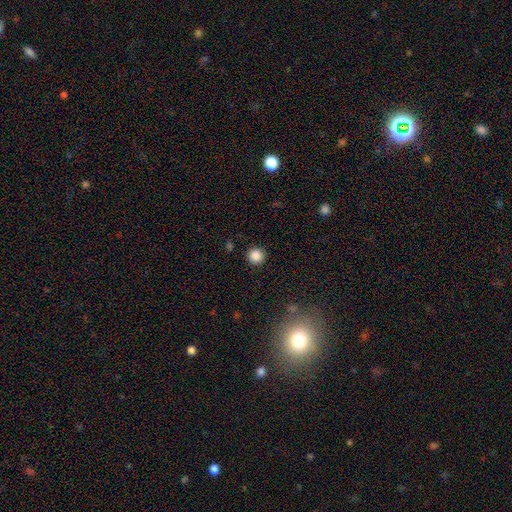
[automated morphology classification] Overall: smooth (86%). How rounded: round (95%). Merging: none (91%).